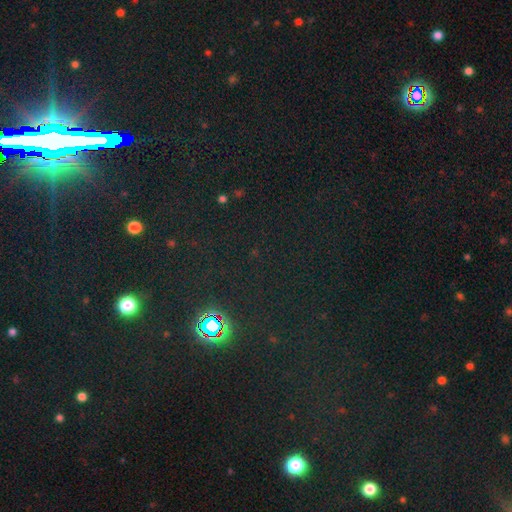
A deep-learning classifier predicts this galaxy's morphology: This is likely a star or artifact rather than a galaxy (78%).